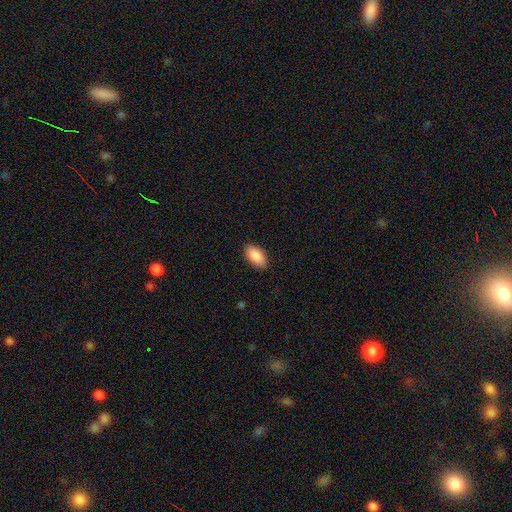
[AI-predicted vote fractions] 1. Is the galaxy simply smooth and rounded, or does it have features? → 90% smooth, 6% star or artifact, 4% featured or disk.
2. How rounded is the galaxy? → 94% in between, 3% round, 3% cigar-shaped.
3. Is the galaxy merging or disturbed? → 88% none, 9% minor disturbance, 2% major disturbance, 1% merger.